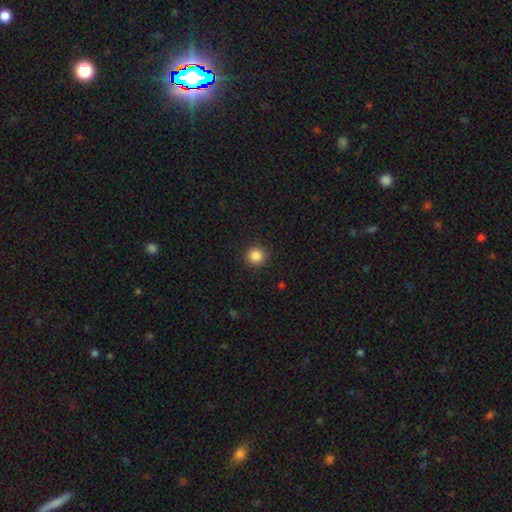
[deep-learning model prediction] This is clearly a smooth galaxy (86%). How rounded: clearly round (95%). Merging: clearly none (91%).